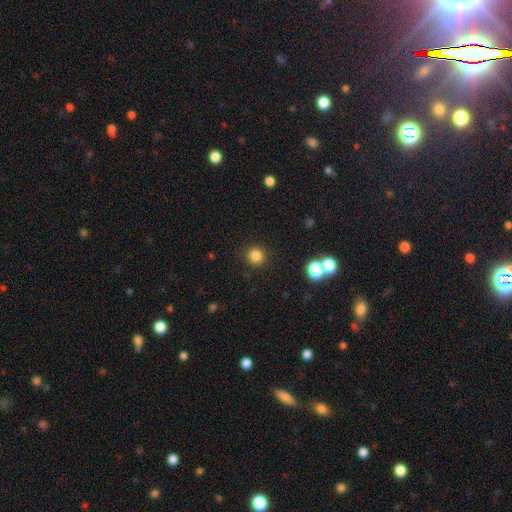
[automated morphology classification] This appears to be a smooth galaxy with no disk features (82%) that is round (91%). Merging: none (89%).